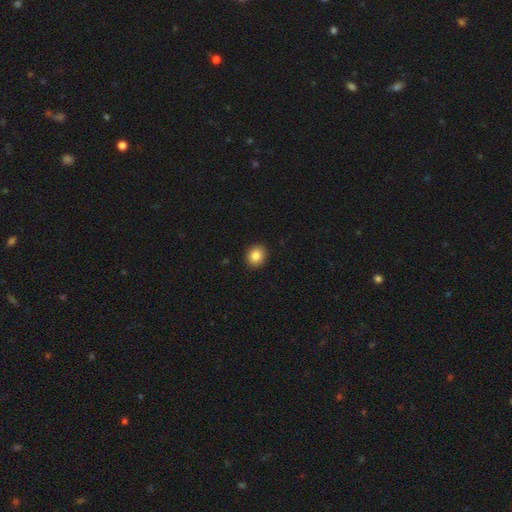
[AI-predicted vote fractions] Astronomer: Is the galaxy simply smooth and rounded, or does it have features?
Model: smooth — 85%.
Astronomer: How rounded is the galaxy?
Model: round — 72%.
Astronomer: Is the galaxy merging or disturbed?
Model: none — 92%.